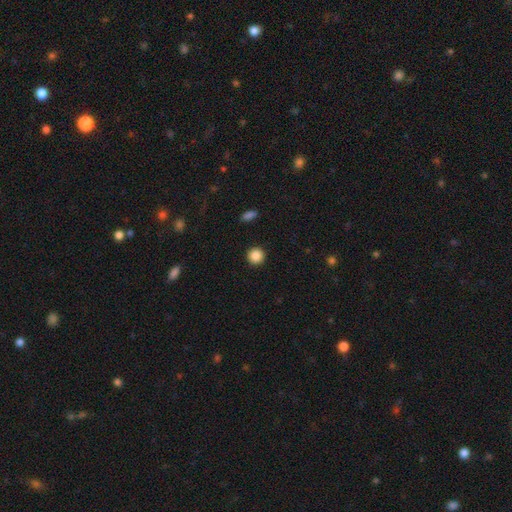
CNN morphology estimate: smooth 87%, star or artifact 10%, featured or disk 3%. Down the decision tree: how rounded — round (95%); merging — none (93%).